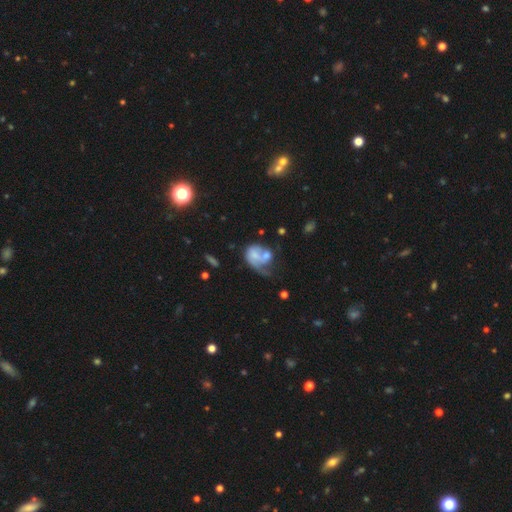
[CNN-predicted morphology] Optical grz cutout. It shows a smooth galaxy with no disk features (47%). Merging: merger (40%).